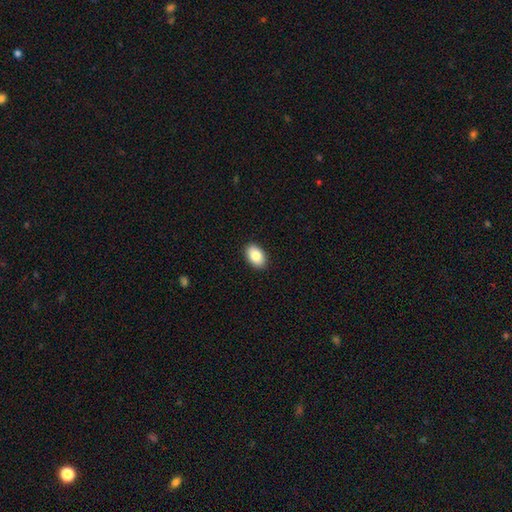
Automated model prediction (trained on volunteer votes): This is clearly a smooth galaxy (85%). How rounded: clearly in between (89%). Merging: clearly none (90%).